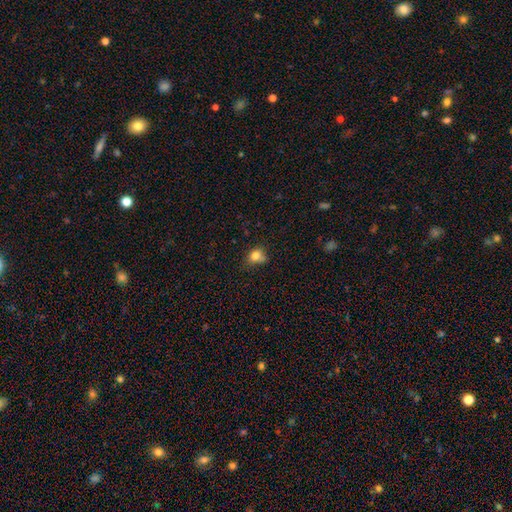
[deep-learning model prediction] This appears to be a smooth galaxy with no disk features (80%) that is round (58%). Merging: none (53%).